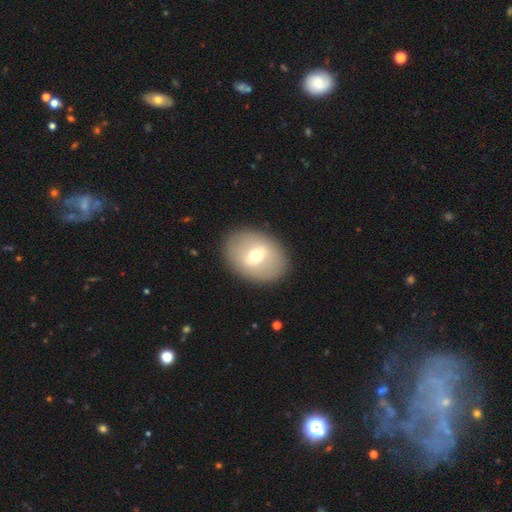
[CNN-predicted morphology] Smooth or featured?
  - smooth: 51% *
  - featured or disk: 41%
  - star or artifact: 8%
How rounded?
  - in between: 63% *
  - round: 36%
  - cigar-shaped: 1%
Merging?
  - none: 87% *
  - minor disturbance: 8%
  - major disturbance: 4%
  - merger: 1%